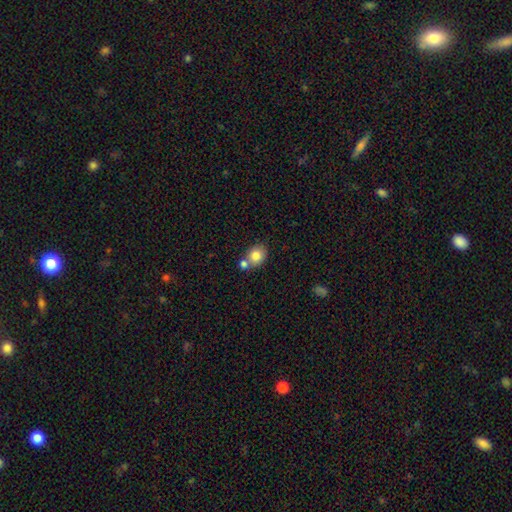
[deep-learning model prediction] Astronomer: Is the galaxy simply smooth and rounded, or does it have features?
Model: smooth — 81%.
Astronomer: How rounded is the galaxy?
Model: round — 62% (runner-up: in between, 38%).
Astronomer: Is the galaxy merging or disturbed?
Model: none — 52% (runner-up: merger, 34%).